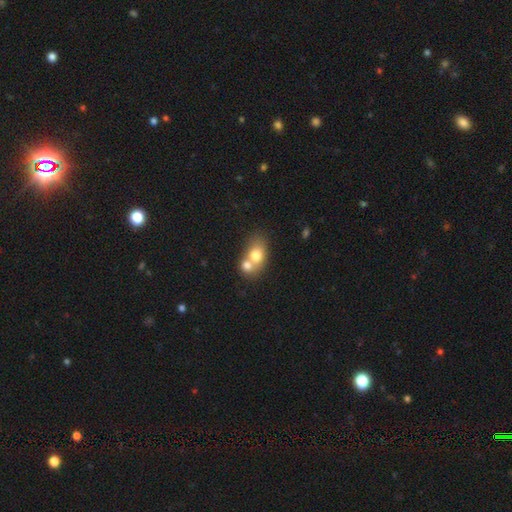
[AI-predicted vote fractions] Smooth or featured?
  - smooth: 72% *
  - featured or disk: 20%
  - star or artifact: 9%
How rounded?
  - in between: 63% *
  - round: 35%
  - cigar-shaped: 2%
Merging?
  - merger: 67% *
  - none: 23%
  - minor disturbance: 7%
  - major disturbance: 4%